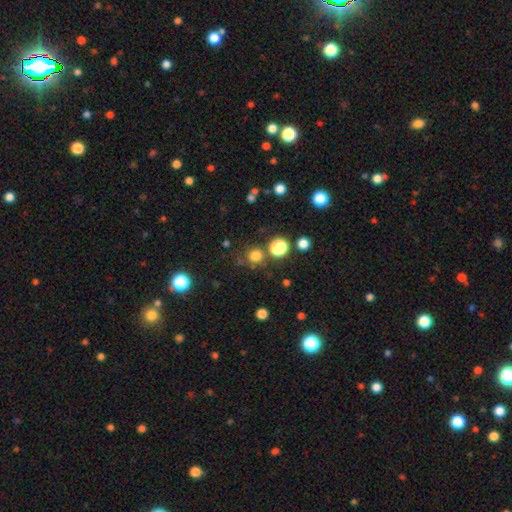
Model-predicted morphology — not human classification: smooth 76%, star or artifact 19%, featured or disk 5%. Down the decision tree: how rounded — round (91%); merging — none (78%).